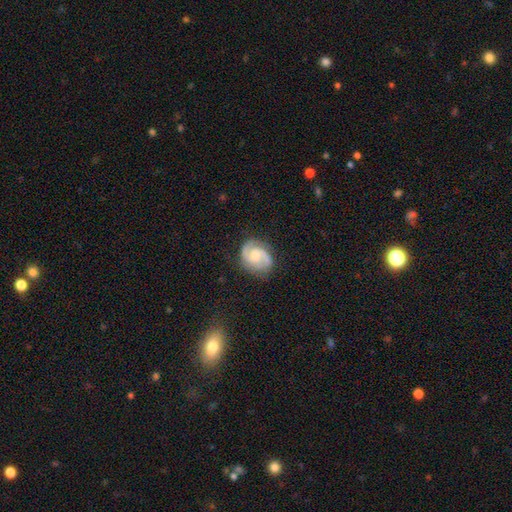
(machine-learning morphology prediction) smooth_or_featured: featured or disk (p=0.83) [alt: smooth p=0.12]
disk_edge_on: no (p=0.98) [alt: yes p=0.02]
bar: no (p=0.54) [alt: weak p=0.40]
has_spiral_arms: yes (p=0.97) [alt: no p=0.03]
spiral_winding: medium (p=0.52) [alt: tight p=0.32]
spiral_arm_count: 2 (p=0.88) [alt: can't tell p=0.04]
bulge_size: moderate (p=0.47) [alt: small p=0.43]
merging: none (p=0.77) [alt: minor disturbance p=0.16]